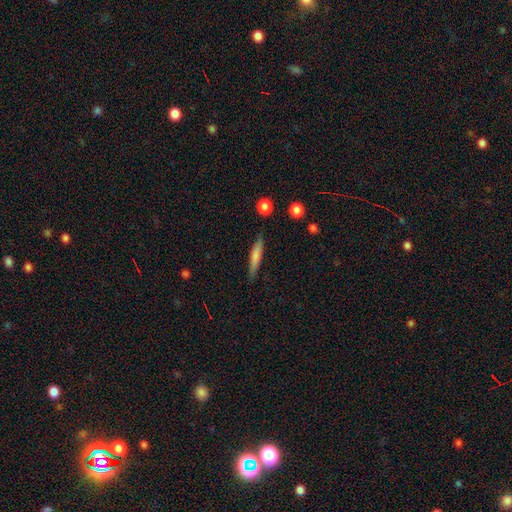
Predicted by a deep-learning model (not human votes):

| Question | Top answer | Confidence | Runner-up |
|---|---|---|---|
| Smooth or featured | smooth | 69% | featured or disk (25%) |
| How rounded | cigar-shaped | 89% | in between (9%) |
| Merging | none | 84% | minor disturbance (11%) |